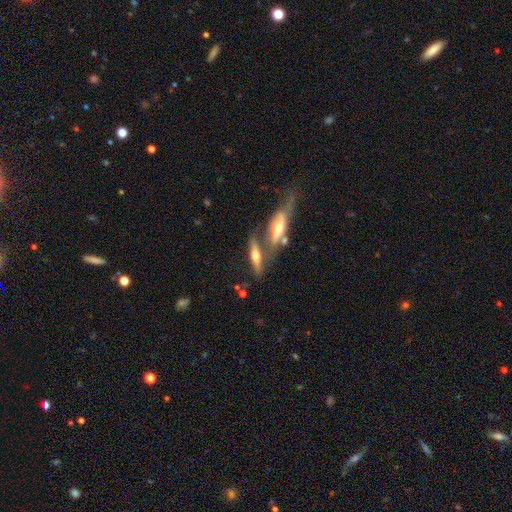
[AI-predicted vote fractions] This appears to be a featured or disk galaxy (54%) viewed edge-on (87%). Merging: none (48%).